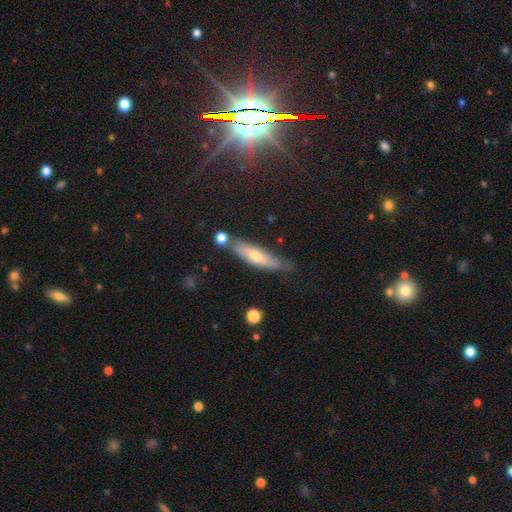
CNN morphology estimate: Smooth or featured? smooth (53%)
How rounded? cigar-shaped (73%)
Merging? none (67%)